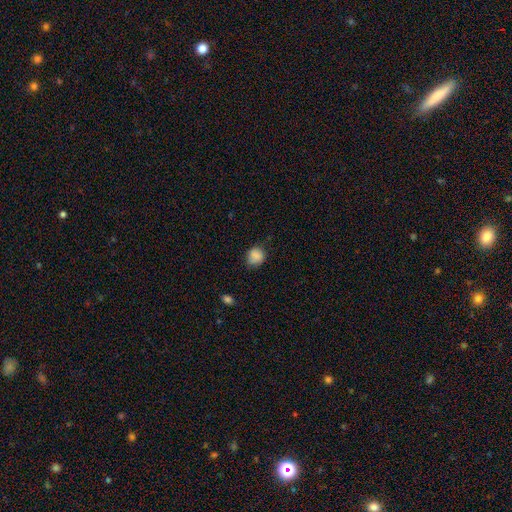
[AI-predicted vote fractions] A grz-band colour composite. It shows a smooth galaxy with no disk features (85%) that is round (72%). Merging: none (71%).